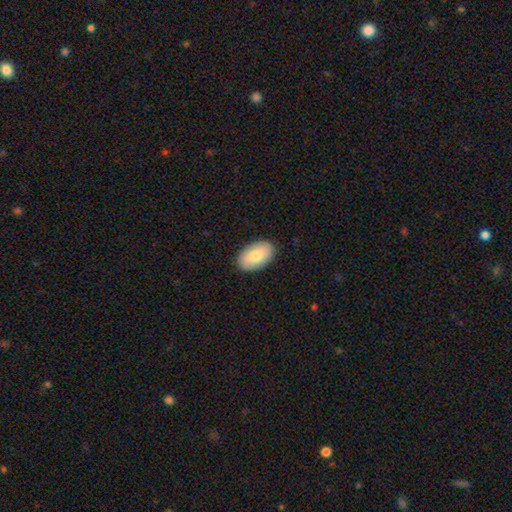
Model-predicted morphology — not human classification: smooth 77%, featured or disk 17%, star or artifact 6%. Down the decision tree: how rounded — in between (93%); merging — none (88%).